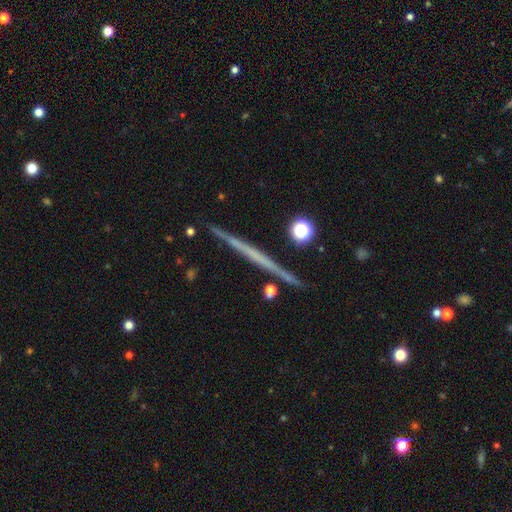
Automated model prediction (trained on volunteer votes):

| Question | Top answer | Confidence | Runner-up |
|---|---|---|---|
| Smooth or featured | featured or disk | 66% | smooth (27%) |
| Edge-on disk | yes | 98% | no (2%) |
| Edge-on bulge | none | 87% | rounded (9%) |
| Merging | none | 90% | minor disturbance (7%) |